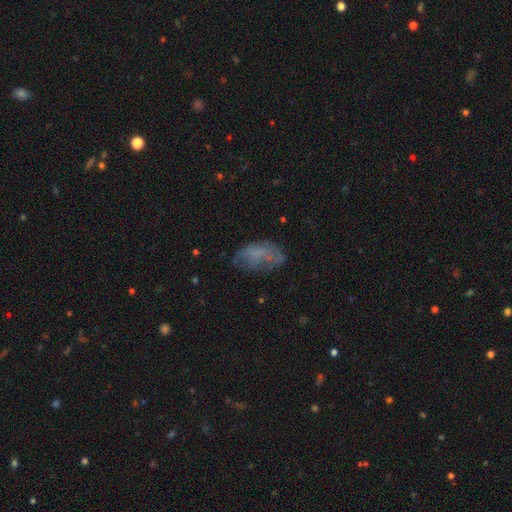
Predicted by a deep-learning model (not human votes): This appears to be a smooth galaxy with no disk features (56%) that is in between round and cigar-shaped (91%). Merging: none (53%).